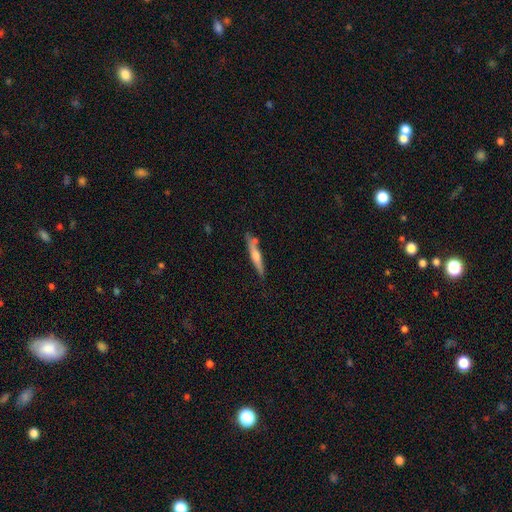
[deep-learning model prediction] Morphology: type=featured or disk (50%); merging=none (74%).